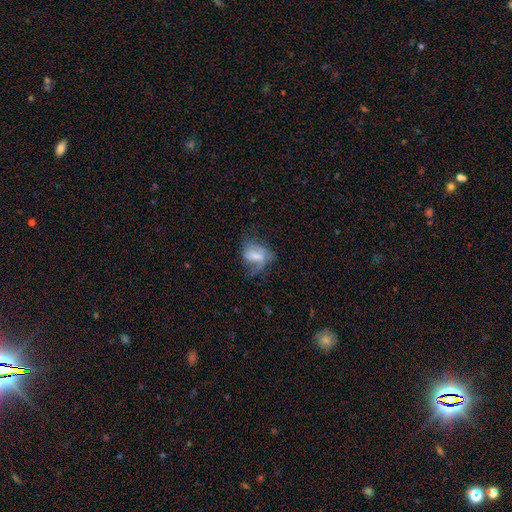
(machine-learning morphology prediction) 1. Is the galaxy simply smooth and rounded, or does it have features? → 47% smooth, 42% featured or disk, 11% star or artifact.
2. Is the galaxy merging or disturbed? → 37% major disturbance, 33% none, 25% minor disturbance, 4% merger.